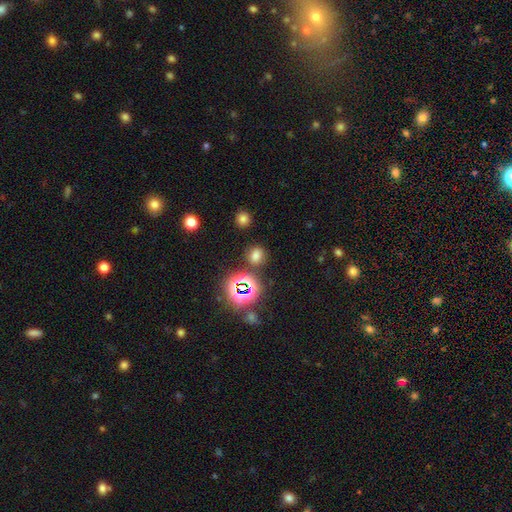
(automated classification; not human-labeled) smooth 64%, star or artifact 29%, featured or disk 7%. Down the decision tree: how rounded — round (65%); merging — none (79%).